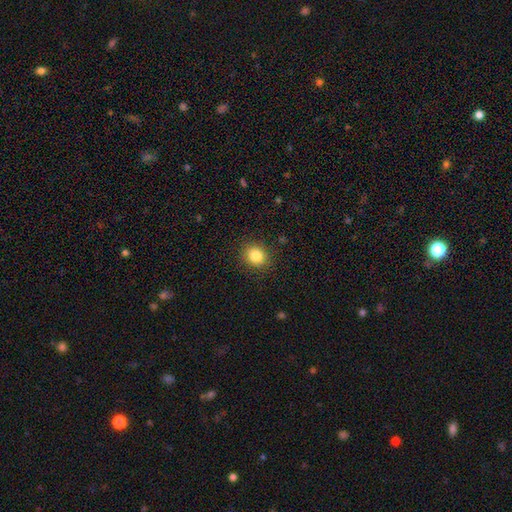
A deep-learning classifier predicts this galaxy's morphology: type=smooth (84%); roundness=round (70%); merging=none (89%).